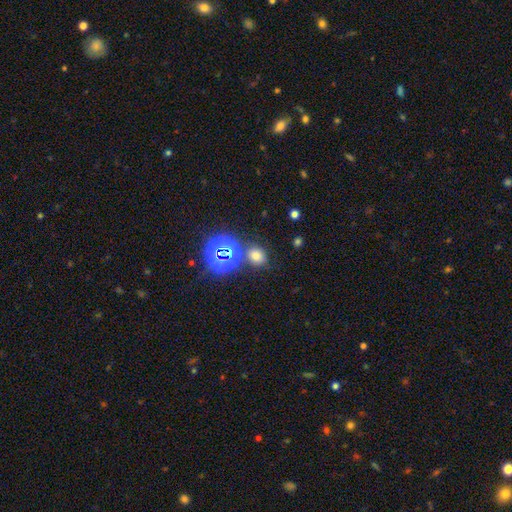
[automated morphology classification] smooth_or_featured: smooth (p=0.65) [alt: star or artifact p=0.27]
how_rounded: round (p=0.53) [alt: in between p=0.45]
merging: none (p=0.75) [alt: minor disturbance p=0.11]